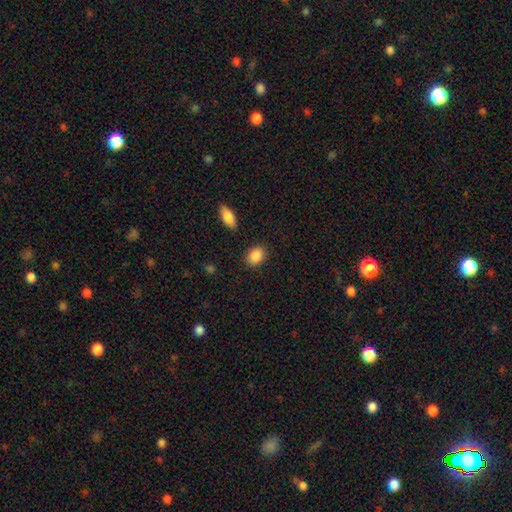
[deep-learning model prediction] This is clearly a smooth galaxy (89%). How rounded: likely in between (65%). Merging: clearly none (86%).